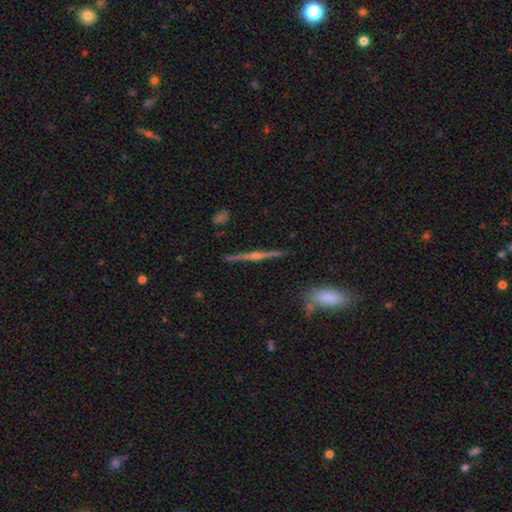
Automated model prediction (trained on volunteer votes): Q: Smooth or featured?
A: featured or disk (81%); runner-up: smooth (12%)
Q: Edge-on disk?
A: yes (98%); runner-up: no (2%)
Q: Edge-on bulge?
A: rounded (87%); runner-up: none (6%)
Q: Merging?
A: none (90%); runner-up: minor disturbance (7%)